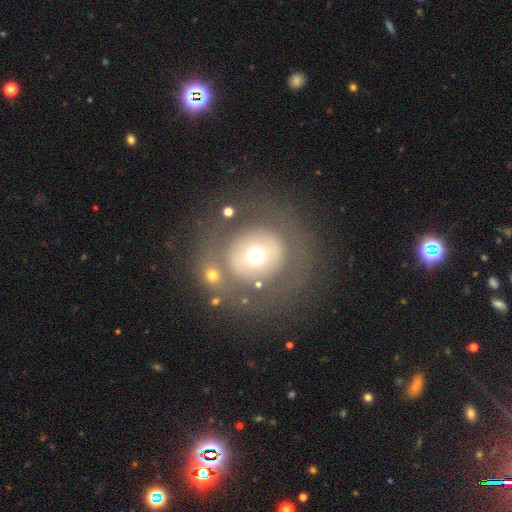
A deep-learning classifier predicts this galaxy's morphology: This is possibly a smooth galaxy (53%). How rounded: clearly round (86%). Merging: likely none (75%).